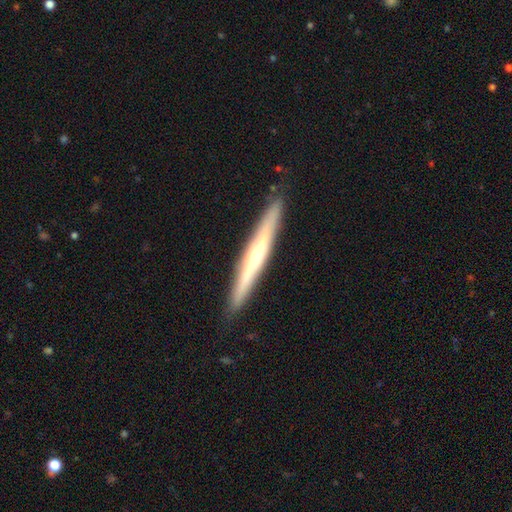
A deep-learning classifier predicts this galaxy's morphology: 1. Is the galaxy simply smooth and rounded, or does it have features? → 62% featured or disk, 32% smooth, 6% star or artifact.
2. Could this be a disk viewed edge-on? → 95% yes, 5% no.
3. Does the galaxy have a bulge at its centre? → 67% rounded, 29% none, 5% boxy.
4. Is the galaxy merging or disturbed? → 90% none, 8% minor disturbance, 1% major disturbance, 1% merger.